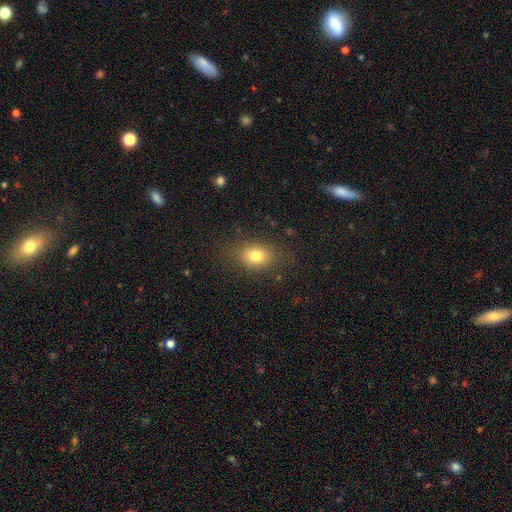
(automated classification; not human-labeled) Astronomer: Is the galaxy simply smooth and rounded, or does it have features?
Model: smooth — 77%.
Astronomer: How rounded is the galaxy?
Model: in between — 62% (runner-up: round, 37%).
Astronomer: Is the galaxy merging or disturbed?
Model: none — 80%.